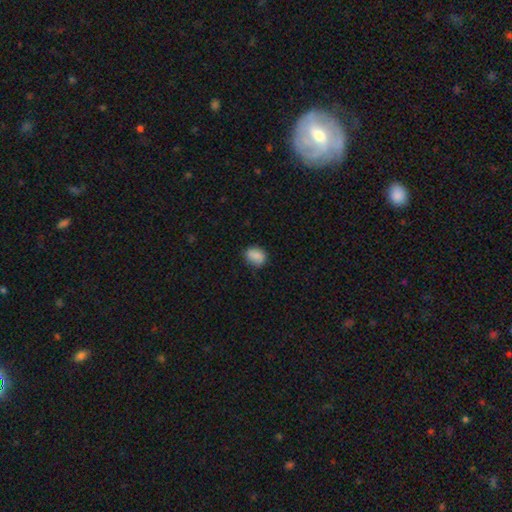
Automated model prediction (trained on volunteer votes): Smooth or featured? smooth (86%)
How rounded? in between (60%)
Merging? none (73%)